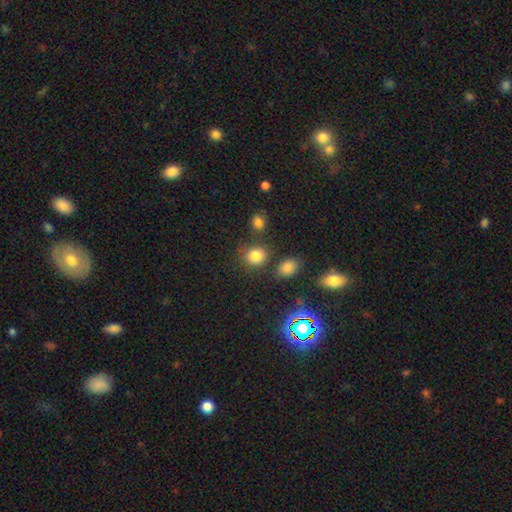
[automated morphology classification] Overall: smooth (80%). How rounded: round (73%). Merging: none (74%).